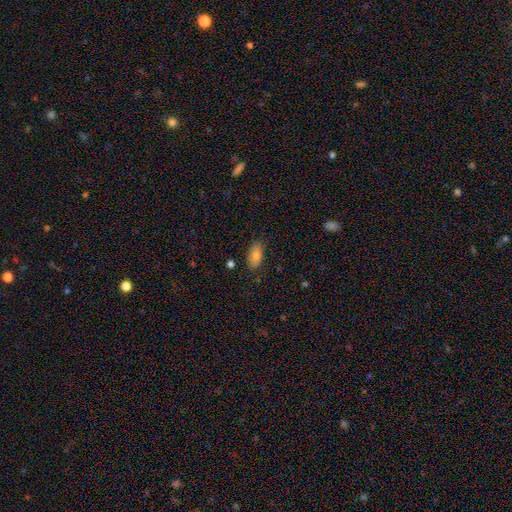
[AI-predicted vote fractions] smooth 79%, featured or disk 12%, star or artifact 9%. Down the decision tree: how rounded — in between (87%); merging — none (85%).